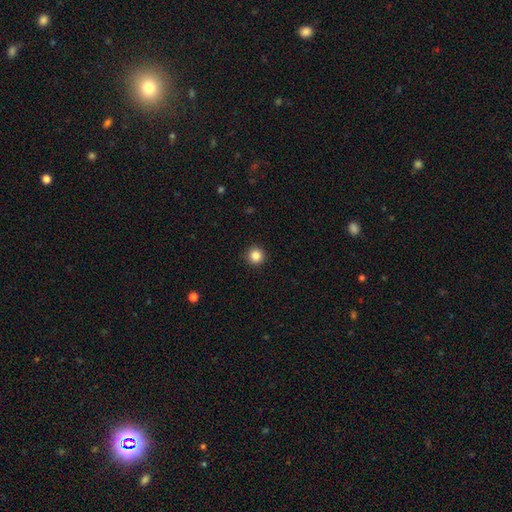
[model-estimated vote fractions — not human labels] Smooth or featured? smooth (86%)
How rounded? round (95%)
Merging? none (93%)